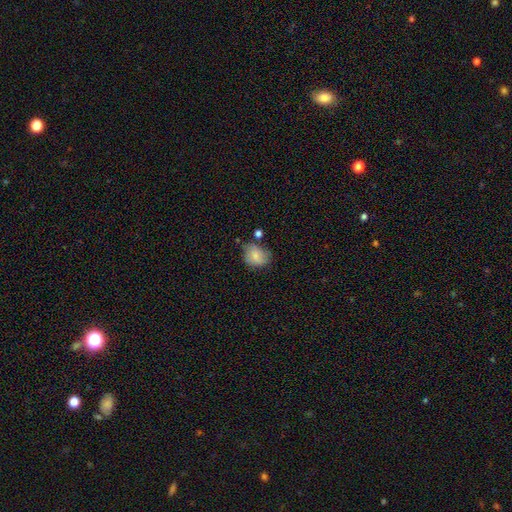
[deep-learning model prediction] Morphology: type=smooth (72%); roundness=round (53%); merging=none (55%).